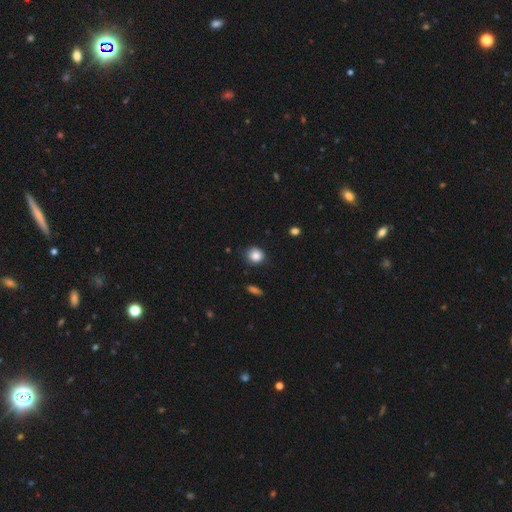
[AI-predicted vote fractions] smooth-or-featured: smooth: 85% | star or artifact: 10% | featured or disk: 5%
  how-rounded: round: 83% | in between: 16% | cigar-shaped: 1%
  merging: none: 81% | minor disturbance: 15% | major disturbance: 3% | merger: 1%